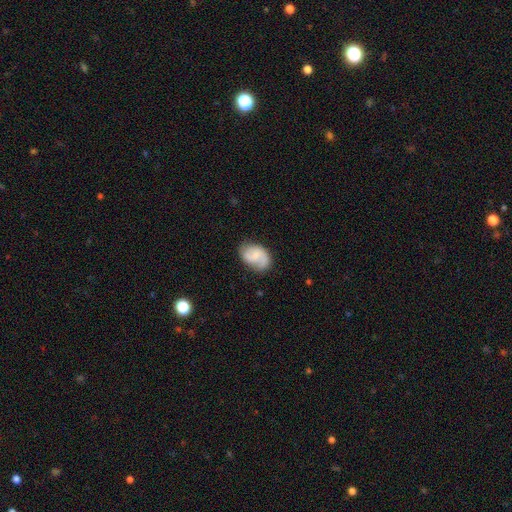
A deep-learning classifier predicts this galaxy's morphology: Q: Smooth or featured?
A: featured or disk (56%); runner-up: smooth (37%)
Q: Edge-on disk?
A: no (97%); runner-up: yes (3%)
Q: Bar?
A: no (47%); runner-up: weak (44%)
Q: Spiral arms?
A: yes (90%); runner-up: no (10%)
Q: Bulge size?
A: small (45%); runner-up: none (28%)
Q: Merging?
A: none (70%); runner-up: minor disturbance (22%)